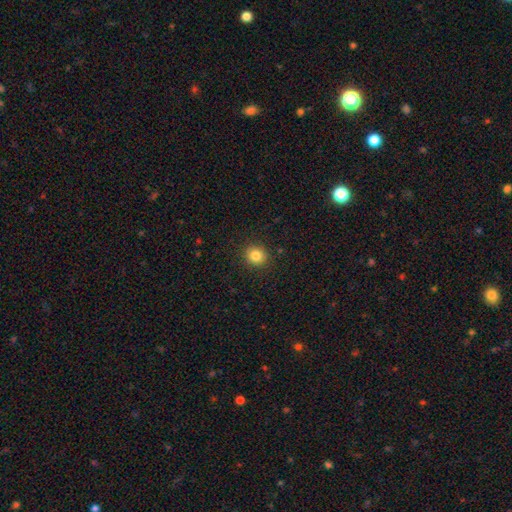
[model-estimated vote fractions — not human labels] The model was most divided on "how rounded": round: 84%, in between: 15%, cigar-shaped: 1%. More confident: merging — none (91%); smooth or featured — smooth (83%).